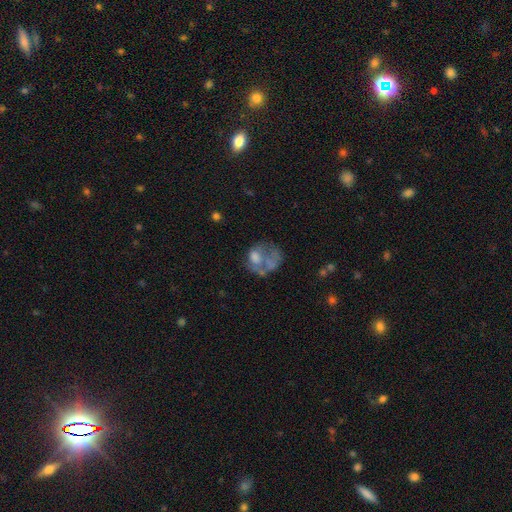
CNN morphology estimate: type=featured or disk (48%); merging=major disturbance (33%).